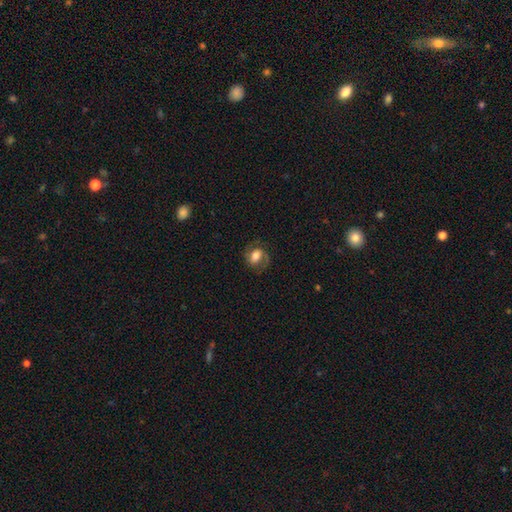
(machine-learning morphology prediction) A featured or disk galaxy (56%) with no bar (41%), spiral arms (86%) and a moderate central bulge (44%). Merging: none (74%).